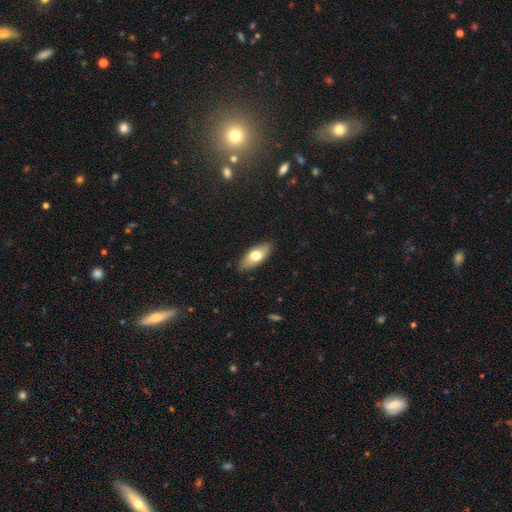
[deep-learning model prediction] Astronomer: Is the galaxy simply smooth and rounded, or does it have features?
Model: smooth — 68%.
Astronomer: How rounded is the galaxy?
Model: in between — 83%.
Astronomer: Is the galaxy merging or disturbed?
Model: none — 87%.